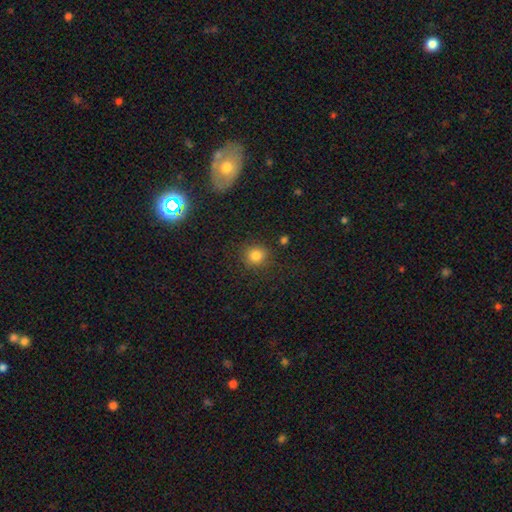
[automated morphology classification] The model was most divided on "smooth or featured": smooth: 82%, star or artifact: 13%, featured or disk: 6%. More confident: how rounded — round (86%); merging — none (84%).